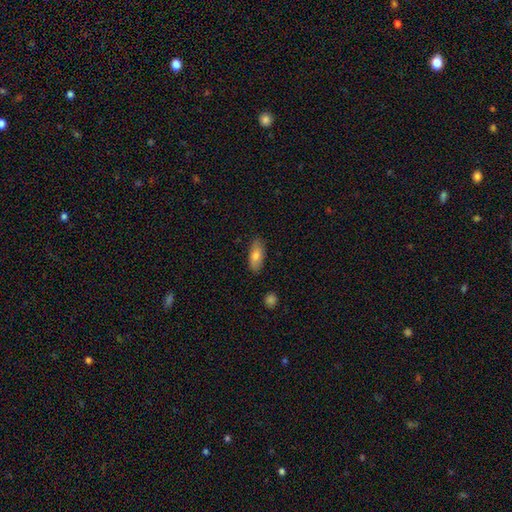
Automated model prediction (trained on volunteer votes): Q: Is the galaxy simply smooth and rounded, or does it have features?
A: smooth — 77%.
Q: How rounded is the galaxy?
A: in between — 80%.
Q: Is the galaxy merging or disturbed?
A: none — 86%.